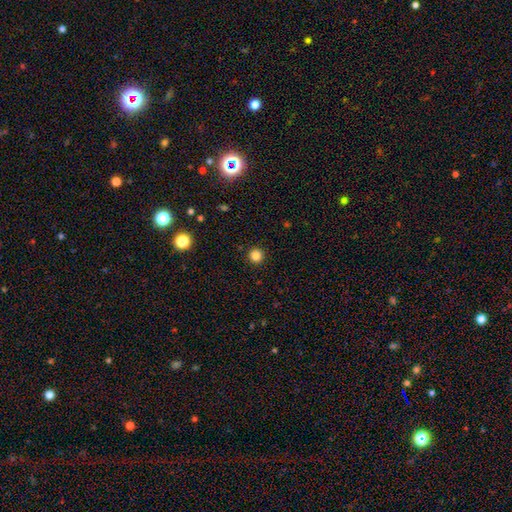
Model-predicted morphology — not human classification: This appears to be a smooth galaxy with no disk features (84%) that is round (96%). Merging: none (93%).